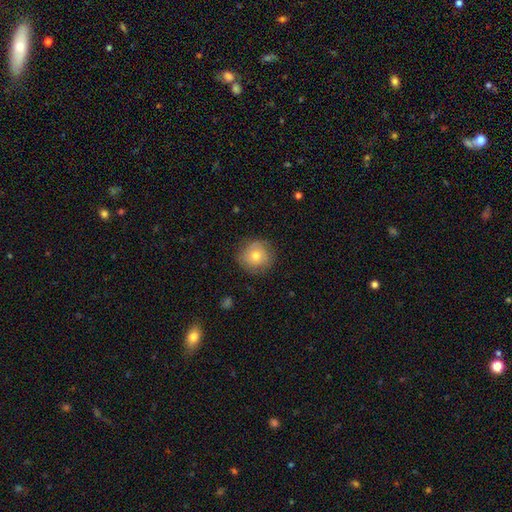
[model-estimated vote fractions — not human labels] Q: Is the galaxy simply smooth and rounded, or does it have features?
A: smooth — 58%.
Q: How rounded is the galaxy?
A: round — 91%.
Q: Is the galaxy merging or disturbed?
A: none — 78%.